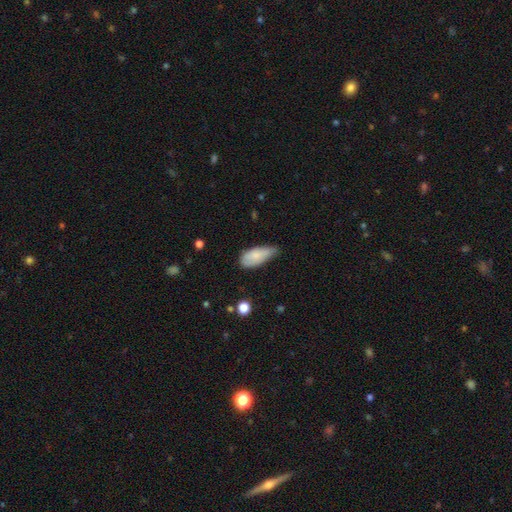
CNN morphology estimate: Smooth or featured?
  - smooth: 81% *
  - featured or disk: 12%
  - star or artifact: 7%
How rounded?
  - in between: 85% *
  - cigar-shaped: 13%
  - round: 2%
Merging?
  - minor disturbance: 50% *
  - none: 36%
  - major disturbance: 11%
  - merger: 2%